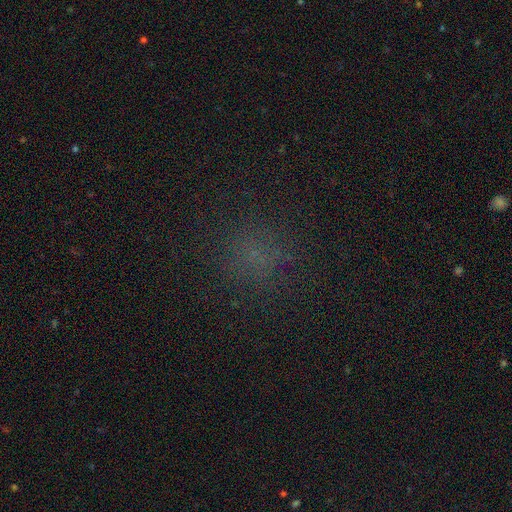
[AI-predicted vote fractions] Smooth or featured: smooth — 58% (star or artifact — 34%)
How rounded: round — 85% (in between — 14%)
Merging: none — 83% (minor disturbance — 10%)